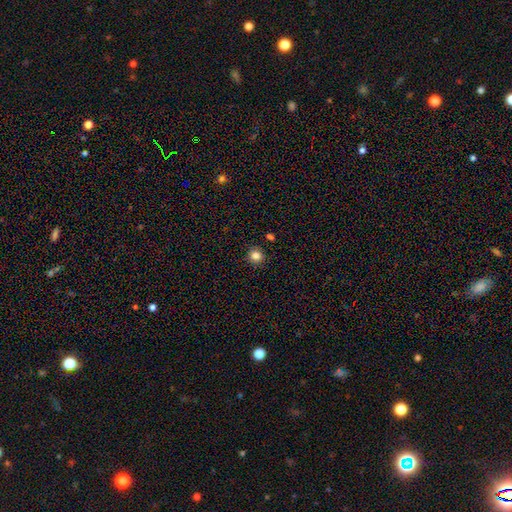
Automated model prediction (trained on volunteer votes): smooth 84%, star or artifact 12%, featured or disk 5%. Down the decision tree: how rounded — round (91%); merging — none (90%).